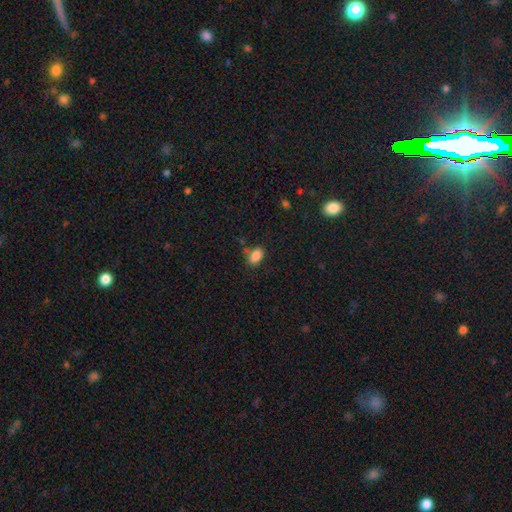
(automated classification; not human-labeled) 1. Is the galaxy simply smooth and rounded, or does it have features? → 86% smooth, 9% star or artifact, 4% featured or disk.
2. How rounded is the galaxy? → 88% in between, 11% round, 2% cigar-shaped.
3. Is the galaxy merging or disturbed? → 72% none, 15% minor disturbance, 8% merger, 4% major disturbance.